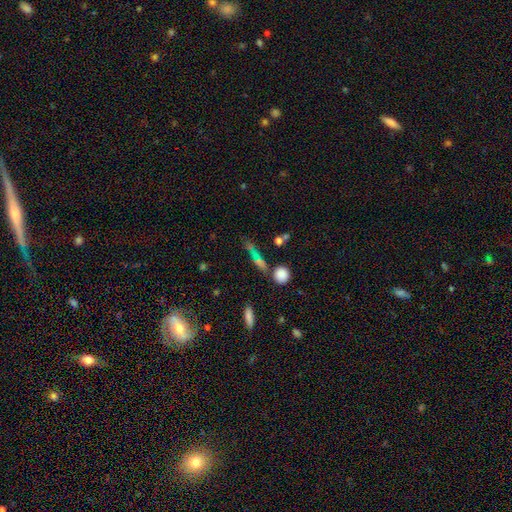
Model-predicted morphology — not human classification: Smooth or featured? Predicted: smooth (p=0.54). How rounded? Predicted: cigar-shaped (p=0.60). Merging? Predicted: none (p=0.58).